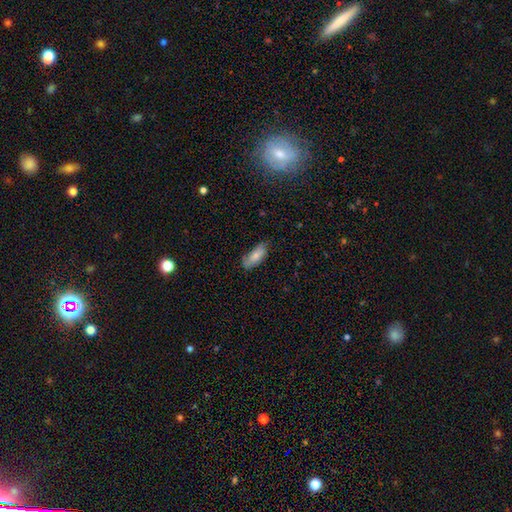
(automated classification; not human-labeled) Smooth or featured?
  - smooth: 73% *
  - featured or disk: 21%
  - star or artifact: 6%
How rounded?
  - in between: 83% *
  - cigar-shaped: 15%
  - round: 2%
Merging?
  - none: 62% *
  - minor disturbance: 29%
  - major disturbance: 6%
  - merger: 2%